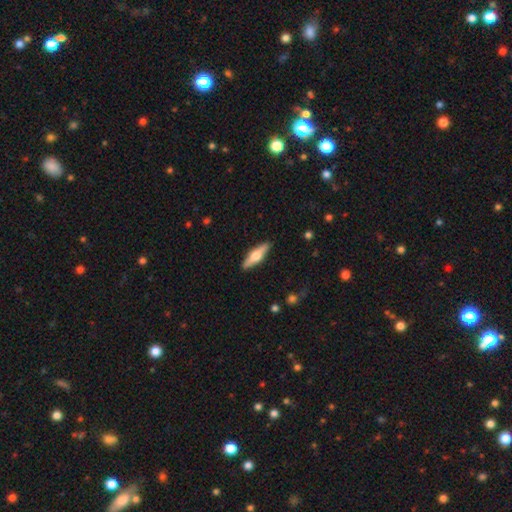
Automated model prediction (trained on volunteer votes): smooth_or_featured: featured or disk (p=0.57) [alt: smooth p=0.38]
disk_edge_on: yes (p=0.95) [alt: no p=0.05]
edge_on_bulge: rounded (p=0.94) [alt: boxy p=0.04]
merging: none (p=0.90) [alt: minor disturbance p=0.08]